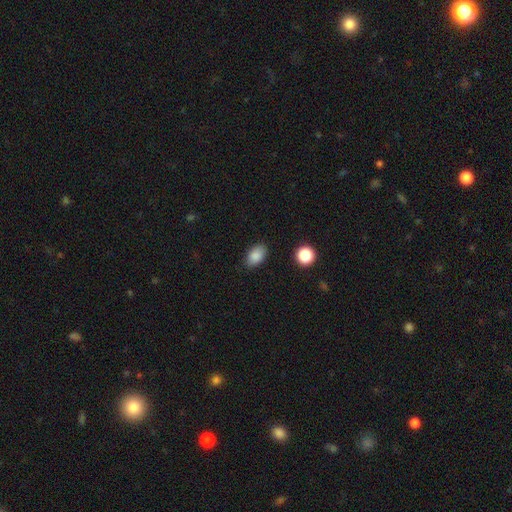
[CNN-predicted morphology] Smooth or featured: smooth — 86% (star or artifact — 9%)
How rounded: in between — 89% (round — 10%)
Merging: none — 83% (minor disturbance — 12%)